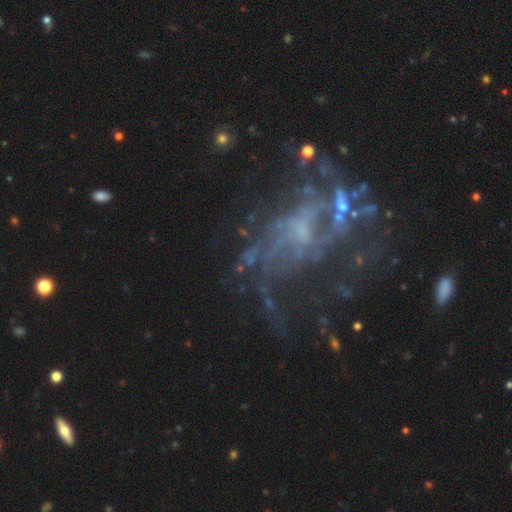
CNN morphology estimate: smooth_or_featured: featured or disk (p=0.73) [alt: star or artifact p=0.18]
disk_edge_on: no (p=0.96) [alt: yes p=0.04]
bar: no (p=0.54) [alt: weak p=0.34]
has_spiral_arms: yes (p=0.68) [alt: no p=0.32]
bulge_size: small (p=0.48) [alt: none p=0.32]
merging: none (p=0.41) [alt: major disturbance p=0.36]